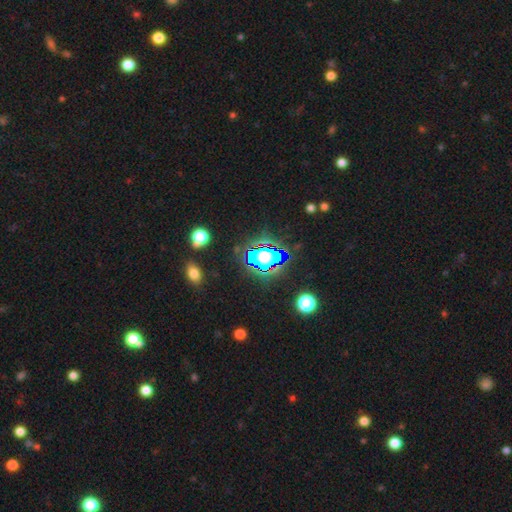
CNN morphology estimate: Q: Smooth or featured?
A: star or artifact (81%); runner-up: smooth (12%)